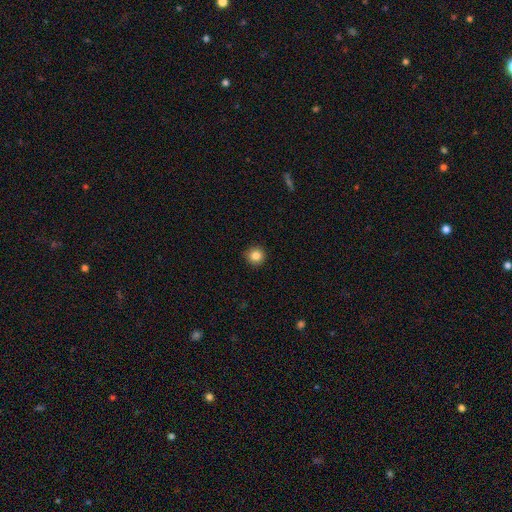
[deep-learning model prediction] smooth 85%, star or artifact 10%, featured or disk 5%. Down the decision tree: how rounded — round (94%); merging — none (92%).